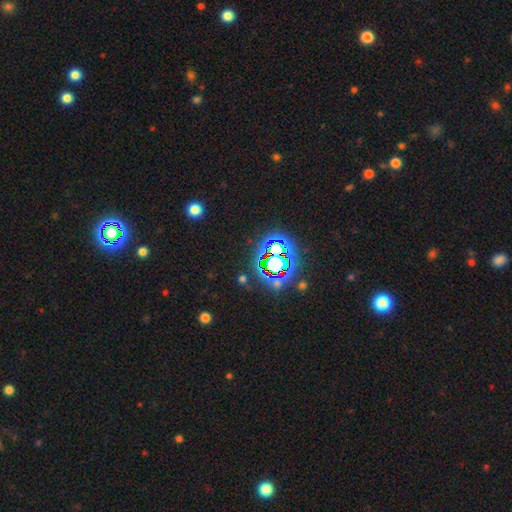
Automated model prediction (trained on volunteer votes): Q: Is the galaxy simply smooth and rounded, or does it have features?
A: star or artifact — 83%.